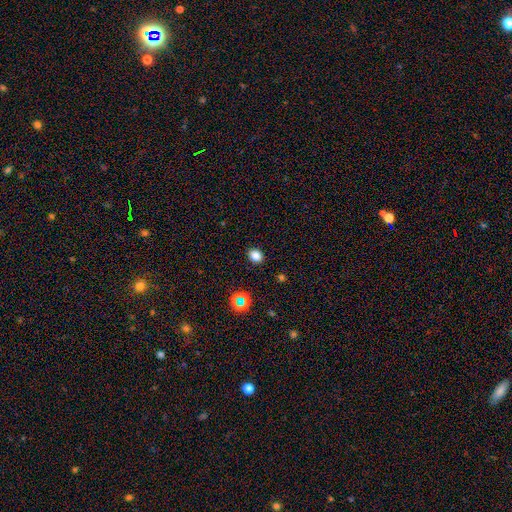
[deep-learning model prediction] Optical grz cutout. It shows a smooth galaxy with no disk features (81%) that is round (50%). Merging: none (89%).